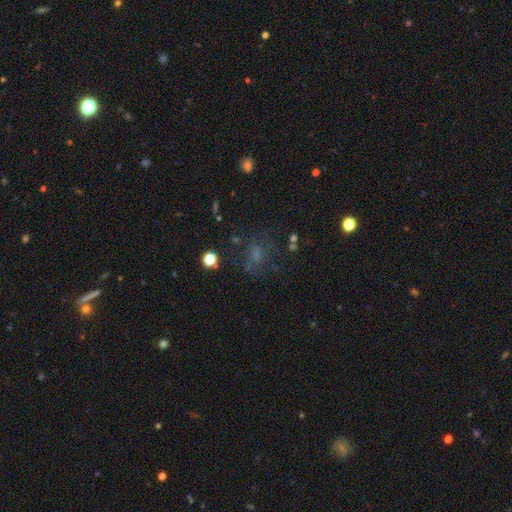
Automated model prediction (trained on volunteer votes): Morphology: type=star or artifact (37%).